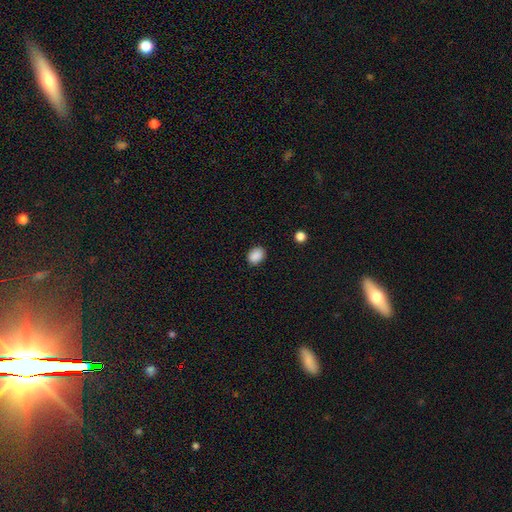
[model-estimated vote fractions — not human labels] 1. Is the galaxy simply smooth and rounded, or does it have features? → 88% smooth, 9% star or artifact, 3% featured or disk.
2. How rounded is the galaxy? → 66% in between, 33% round, 1% cigar-shaped.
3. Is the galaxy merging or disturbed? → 85% none, 11% minor disturbance, 2% major disturbance, 1% merger.